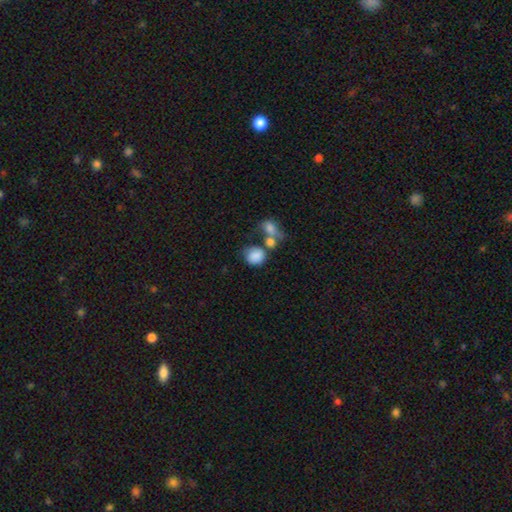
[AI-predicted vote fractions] This is clearly a smooth galaxy (82%). How rounded: likely round (63%). Merging: marginally merger (42%).